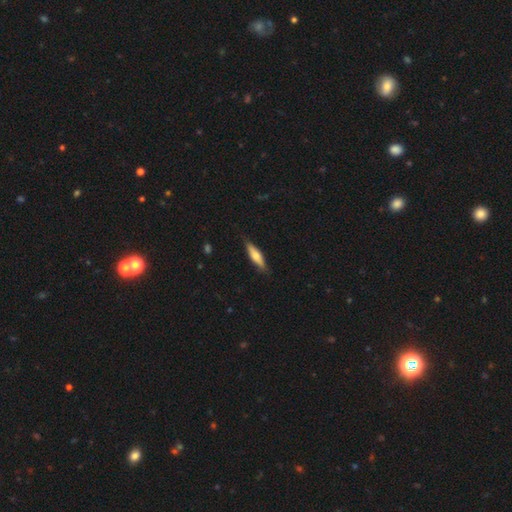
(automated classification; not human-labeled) A smooth galaxy with no disk features (55%) that is cigar-shaped (71%).

Vote fractions:
- Smooth or featured? smooth: 55% / featured or disk: 40% / star or artifact: 6%
- How rounded? cigar-shaped: 71% / in between: 27% / round: 2%
- Merging? none: 85% / minor disturbance: 12% / major disturbance: 2% / merger: 1%